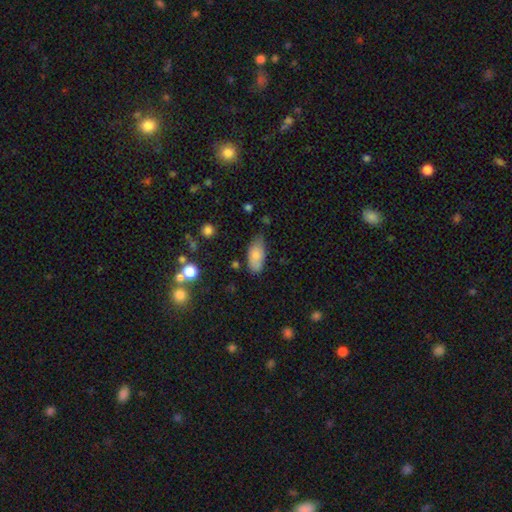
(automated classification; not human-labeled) Morphology: type=smooth (80%); roundness=in between (90%); merging=none (63%).